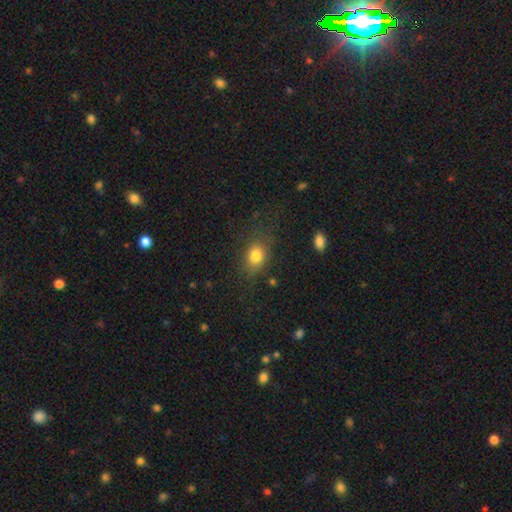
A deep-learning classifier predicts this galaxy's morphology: A smooth galaxy with no disk features (80%) that is in between round and cigar-shaped (63%).

Vote fractions:
- Smooth or featured? smooth: 80% / star or artifact: 11% / featured or disk: 9%
- How rounded? in between: 63% / round: 35% / cigar-shaped: 2%
- Merging? none: 69% / minor disturbance: 19% / major disturbance: 11% / merger: 2%